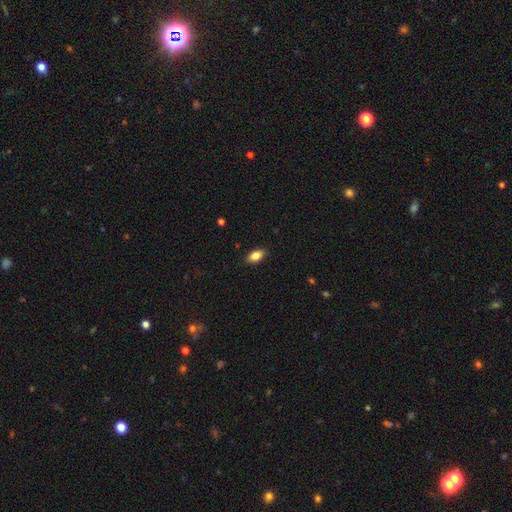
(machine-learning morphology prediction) type=smooth (85%); roundness=in between (90%); merging=none (87%).